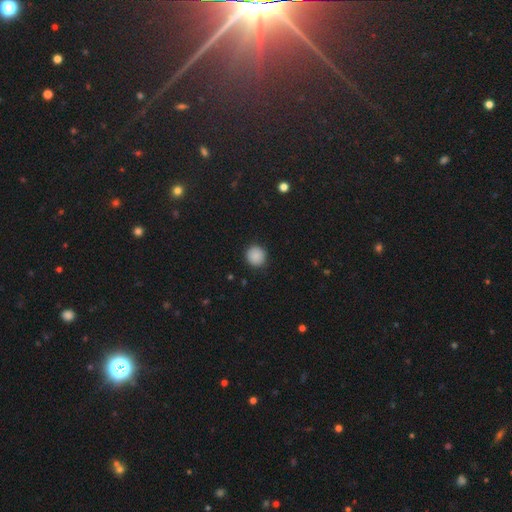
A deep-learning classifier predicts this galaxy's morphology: A smooth galaxy with no disk features (88%) that is round (93%).

Vote fractions:
- Smooth or featured? smooth: 88% / star or artifact: 9% / featured or disk: 3%
- How rounded? round: 93% / in between: 6% / cigar-shaped: 1%
- Merging? none: 90% / minor disturbance: 7% / major disturbance: 2% / merger: 1%